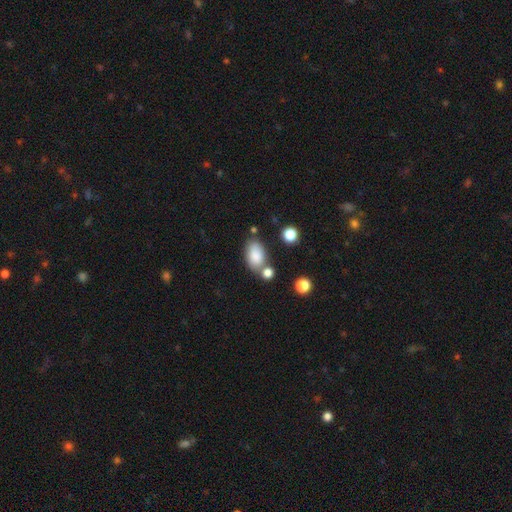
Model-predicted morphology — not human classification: The model was most divided on "merging": none: 61%, merger: 19%, minor disturbance: 15%, major disturbance: 5%. More confident: how rounded — in between (91%); smooth or featured — smooth (85%).